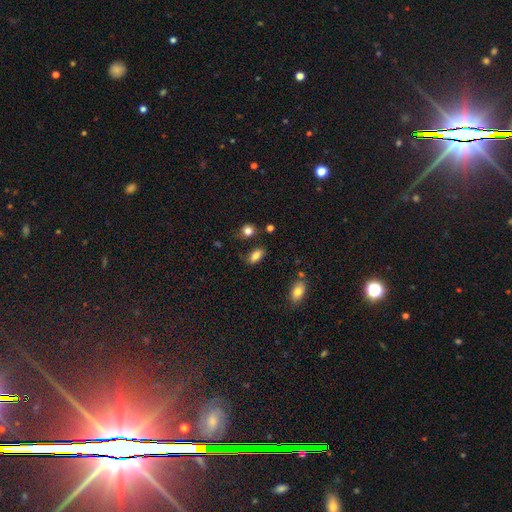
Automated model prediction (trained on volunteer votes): Smooth or featured? smooth (83%)
How rounded? in between (90%)
Merging? none (71%)